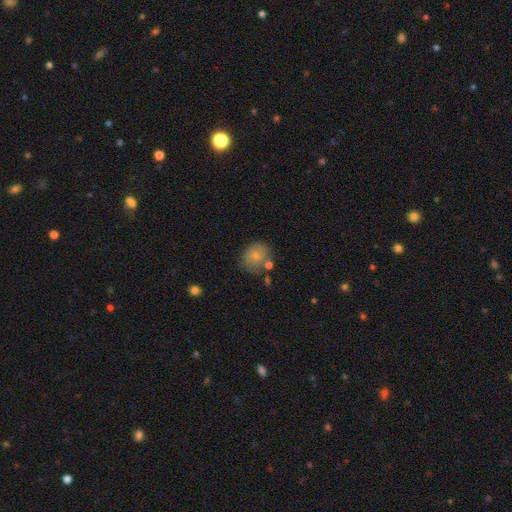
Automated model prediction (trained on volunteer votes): Smooth or featured?
  - smooth: 73% *
  - featured or disk: 18%
  - star or artifact: 9%
How rounded?
  - round: 70% *
  - in between: 29%
  - cigar-shaped: 1%
Merging?
  - none: 63% *
  - minor disturbance: 20%
  - merger: 11%
  - major disturbance: 7%